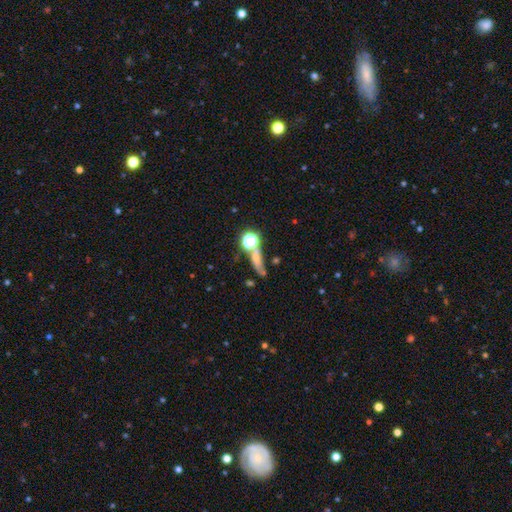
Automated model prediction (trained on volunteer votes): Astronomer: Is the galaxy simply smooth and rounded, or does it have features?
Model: smooth — 45% (runner-up: star or artifact, 29%).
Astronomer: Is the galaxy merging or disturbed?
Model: none — 57%.